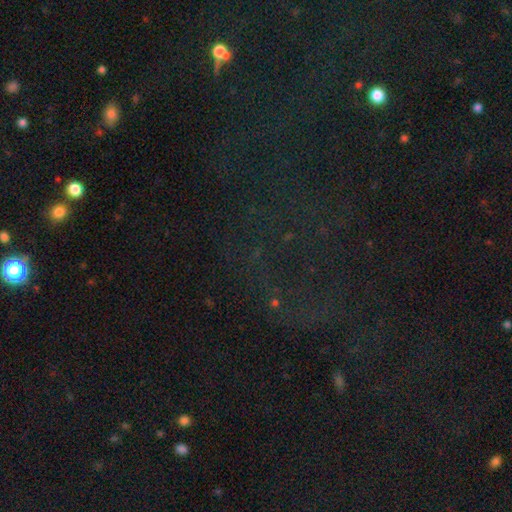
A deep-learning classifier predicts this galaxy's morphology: Smooth or featured? star or artifact (73%)